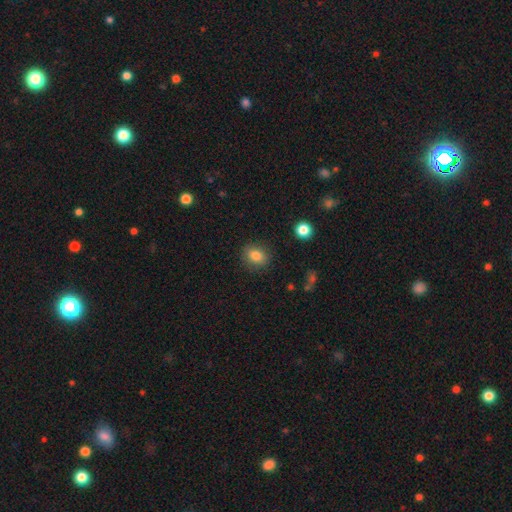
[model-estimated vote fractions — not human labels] This appears to be a smooth galaxy with no disk features (83%) that is round (52%). Merging: none (87%).